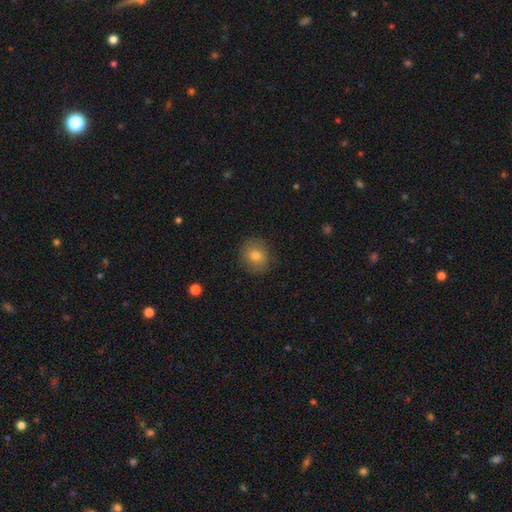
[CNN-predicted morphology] Overall: smooth (76%). How rounded: round (74%). Merging: none (85%).